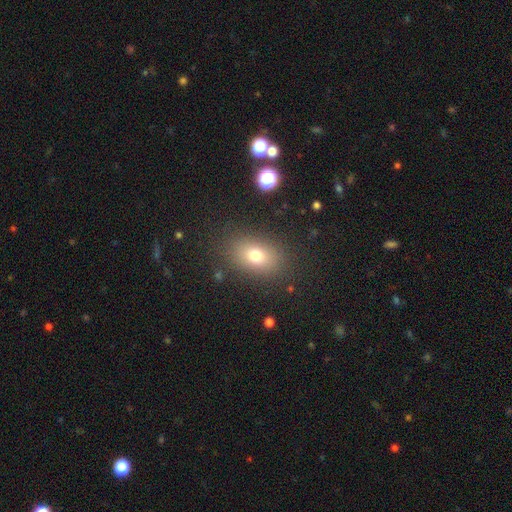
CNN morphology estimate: Smooth or featured: smooth — 75% (star or artifact — 13%)
How rounded: in between — 77% (round — 21%)
Merging: none — 85% (minor disturbance — 10%)